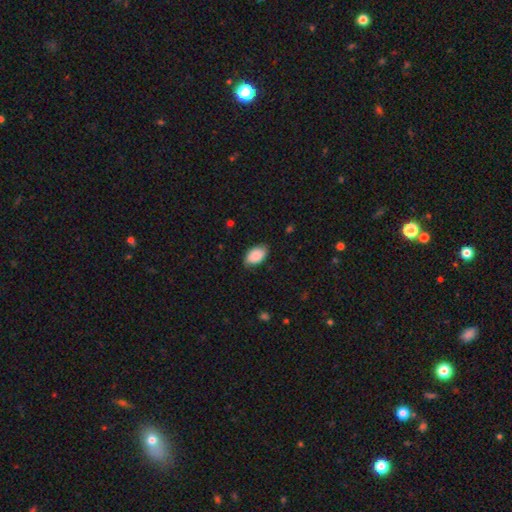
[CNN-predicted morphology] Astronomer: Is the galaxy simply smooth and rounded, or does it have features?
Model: smooth — 87%.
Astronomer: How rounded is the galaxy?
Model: in between — 93%.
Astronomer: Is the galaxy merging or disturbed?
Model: none — 78%.